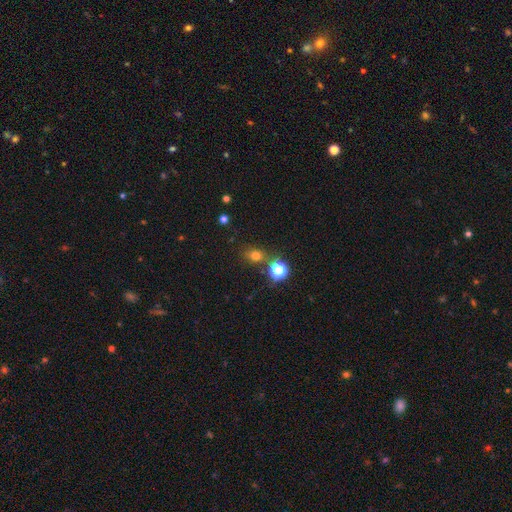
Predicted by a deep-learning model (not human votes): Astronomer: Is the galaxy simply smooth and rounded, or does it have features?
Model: smooth — 68%.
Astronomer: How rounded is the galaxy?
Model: round — 63%.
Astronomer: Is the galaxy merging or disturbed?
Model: none — 72%.